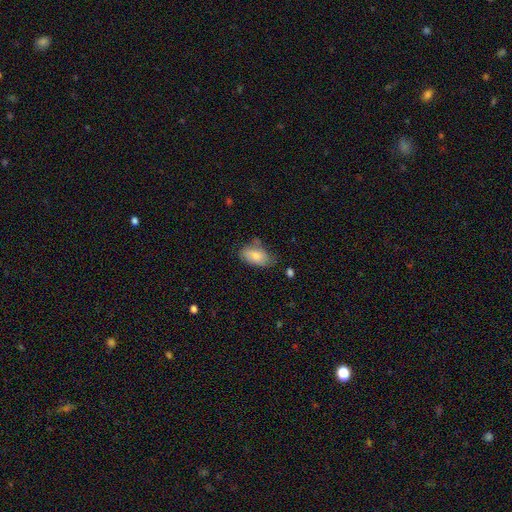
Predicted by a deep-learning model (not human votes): This appears to be a smooth galaxy with no disk features (77%) that is in between round and cigar-shaped (92%). Merging: none (52%).